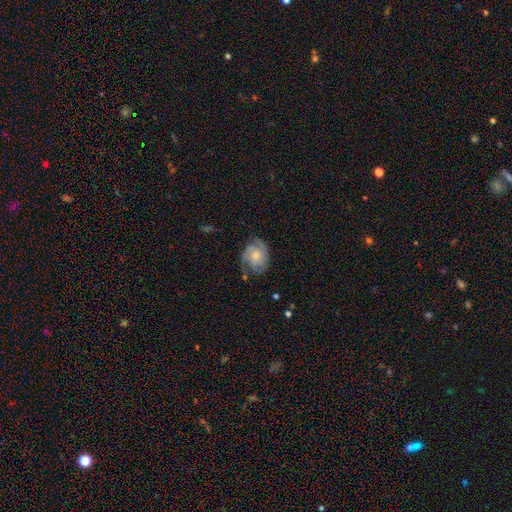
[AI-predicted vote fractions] A featured or disk galaxy (72%) with no bar (73%), 2 (31%) tight (43%) spiral arms (92%) and a small central bulge (48%).

Vote fractions:
- Smooth or featured? featured or disk: 72% / smooth: 21% / star or artifact: 7%
- Edge-on disk? no: 97% / yes: 3%
- Bar? no: 73% / weak: 23% / strong: 3%
- Spiral arms? yes: 92% / no: 8%
- Spiral winding? tight: 43% / medium: 42% / loose: 16%
- Spiral arm count? 2: 31% / 3: 30% / can't tell: 22% / 4: 7% / 1: 6% / more than 4: 4%
- Bulge size? small: 48% / moderate: 42% / none: 4% / large: 4% / dominant: 1%
- Merging? none: 63% / minor disturbance: 24% / major disturbance: 12% / merger: 2%